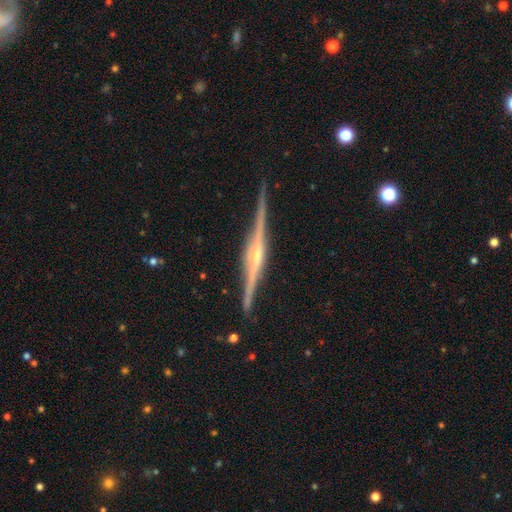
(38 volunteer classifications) Smooth or featured: featured or disk — 100%
Edge-on disk: yes — 100%
Edge-on bulge: rounded — 63% (boxy — 21%)
Merging: none — 89% (minor disturbance — 8%)